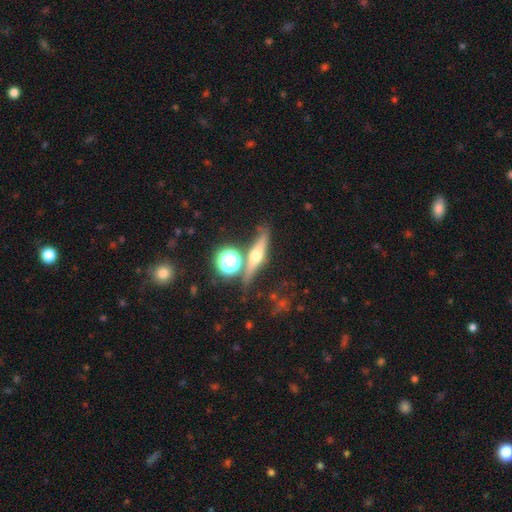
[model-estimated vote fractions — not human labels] Smooth or featured?
  - featured or disk: 65% *
  - smooth: 23%
  - star or artifact: 12%
Edge-on disk?
  - yes: 91% *
  - no: 9%
Edge-on bulge?
  - rounded: 95% *
  - boxy: 3%
  - none: 2%
Merging?
  - none: 76% *
  - minor disturbance: 11%
  - merger: 9%
  - major disturbance: 4%